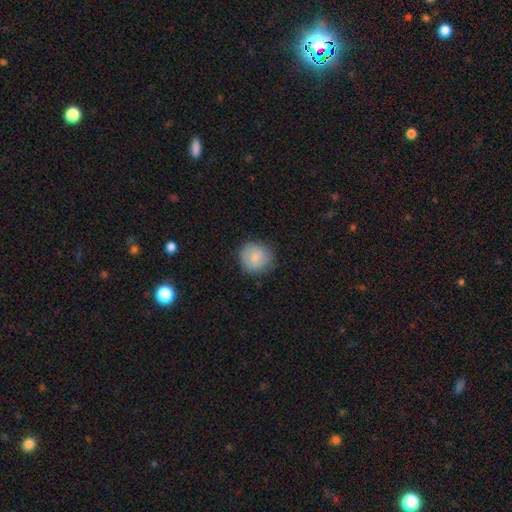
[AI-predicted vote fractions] Smooth or featured? smooth (82%)
How rounded? round (91%)
Merging? none (80%)